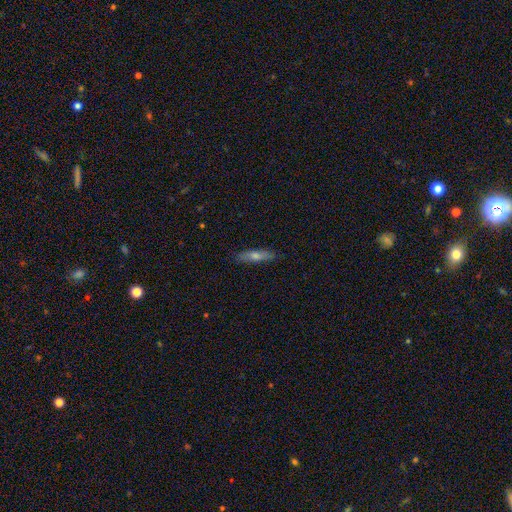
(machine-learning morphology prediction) Overall: smooth (56%; featured or disk 37%). How rounded: cigar-shaped (82%). Merging: none (88%).